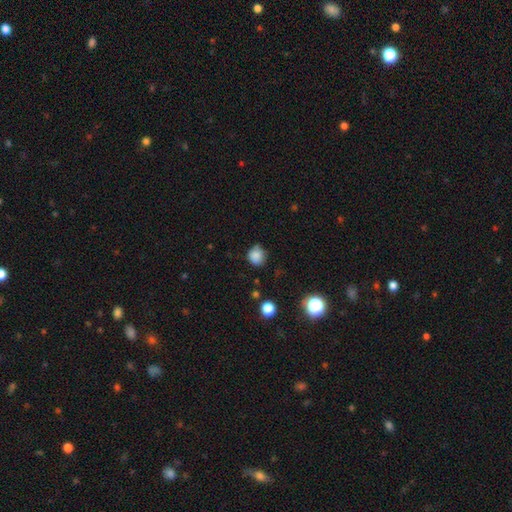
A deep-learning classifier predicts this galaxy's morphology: type=smooth (83%); roundness=round (86%); merging=none (71%).